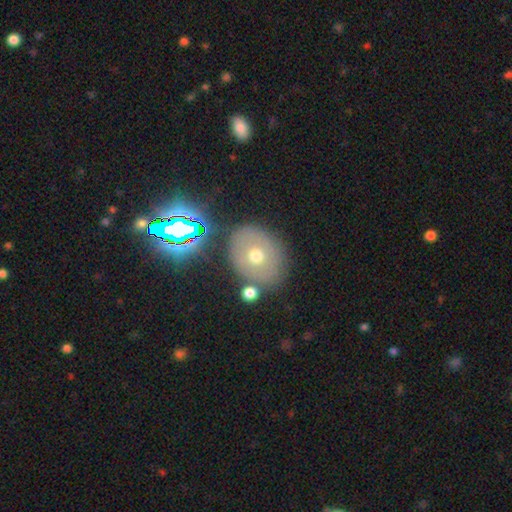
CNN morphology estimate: This is possibly a smooth galaxy (52%). How rounded: possibly round (51%). Merging: likely none (78%).